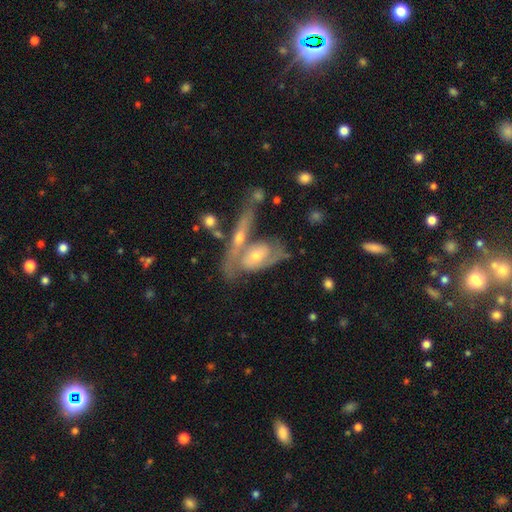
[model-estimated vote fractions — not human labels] featured or disk 78%, smooth 15%, star or artifact 7%. Down the decision tree: edge-on disk — no (86%); bar — no (64%); spiral arms — yes (84%); spiral arm count — 2 (57%); spiral winding — tight (51%); bulge size — moderate (49%); merging — none (39%).